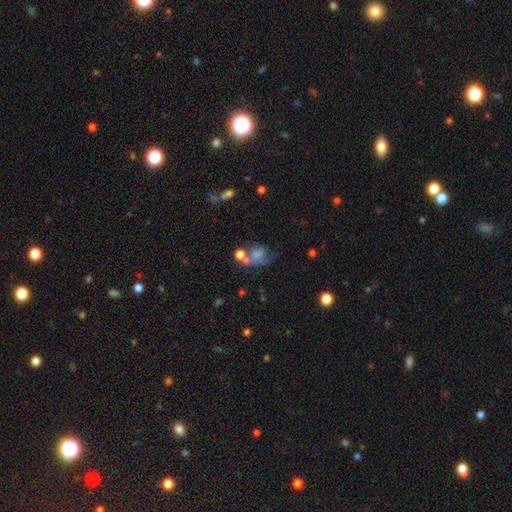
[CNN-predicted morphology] This is possibly a smooth galaxy (53%). How rounded: possibly in between (51%). Merging: marginally none (29%).